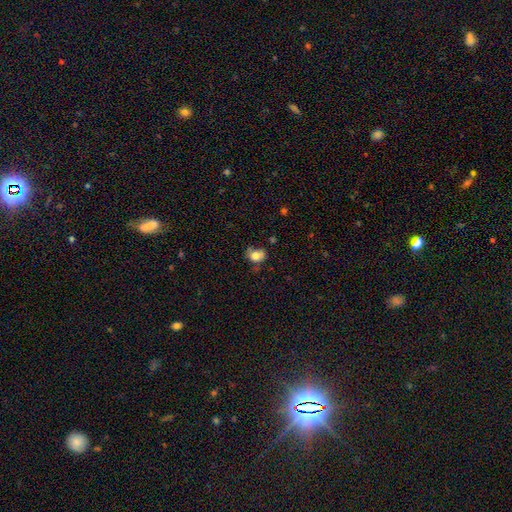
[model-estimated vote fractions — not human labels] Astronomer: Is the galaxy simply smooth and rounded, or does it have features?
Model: smooth — 77%.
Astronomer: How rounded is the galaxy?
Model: in between — 60% (runner-up: round, 39%).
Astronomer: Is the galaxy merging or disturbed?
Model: none — 45% (runner-up: minor disturbance, 35%).